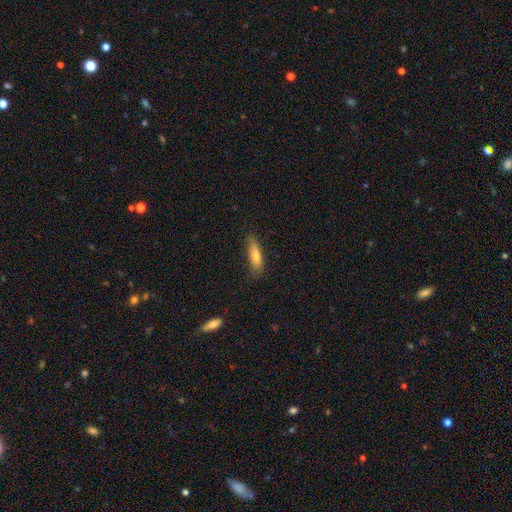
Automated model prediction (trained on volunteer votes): Smooth or featured: smooth — 74% (featured or disk — 20%)
How rounded: cigar-shaped — 62% (in between — 36%)
Merging: none — 72% (minor disturbance — 21%)